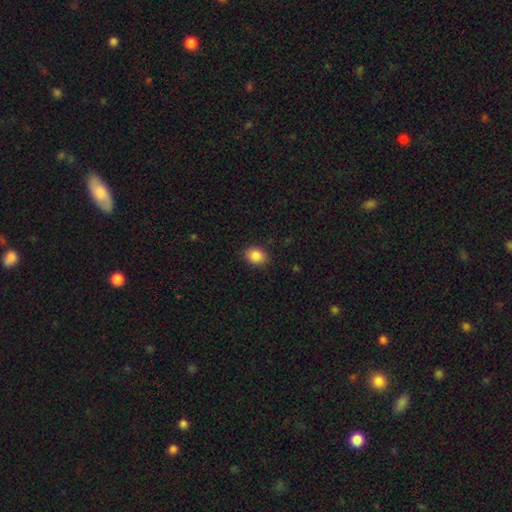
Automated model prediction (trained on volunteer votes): Morphology: type=smooth (87%); roundness=in between (56%); merging=none (89%).